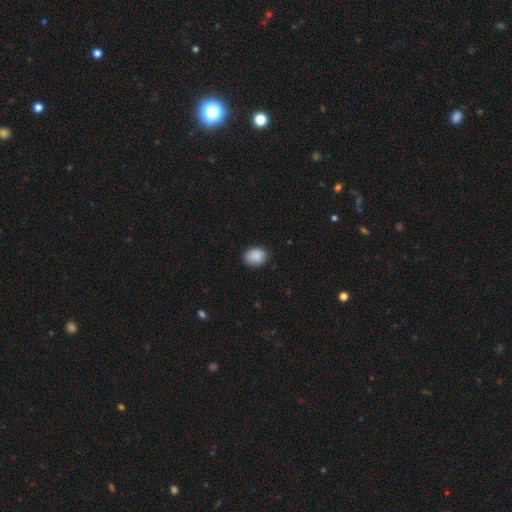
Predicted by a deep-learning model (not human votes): Smooth or featured? smooth (88%)
How rounded? in between (60%)
Merging? none (79%)